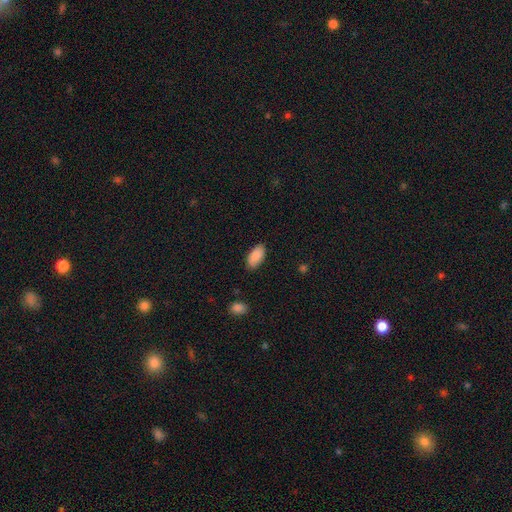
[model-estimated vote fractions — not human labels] Smooth or featured: smooth — 90% (star or artifact — 6%)
How rounded: in between — 94% (cigar-shaped — 4%)
Merging: none — 86% (minor disturbance — 10%)